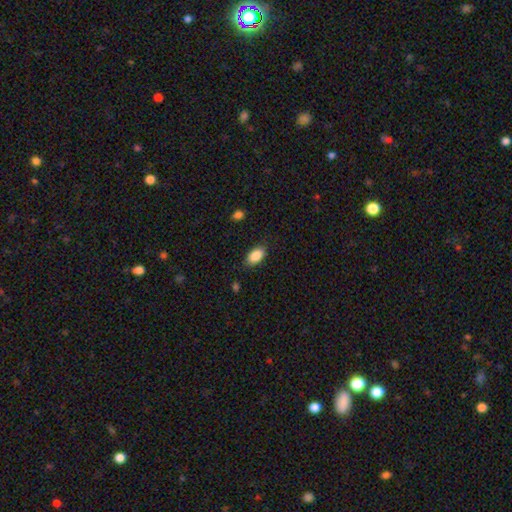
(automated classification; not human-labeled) Smooth or featured?
  - smooth: 88% *
  - star or artifact: 7%
  - featured or disk: 5%
How rounded?
  - in between: 92% *
  - round: 4%
  - cigar-shaped: 4%
Merging?
  - none: 83% *
  - minor disturbance: 13%
  - major disturbance: 3%
  - merger: 1%